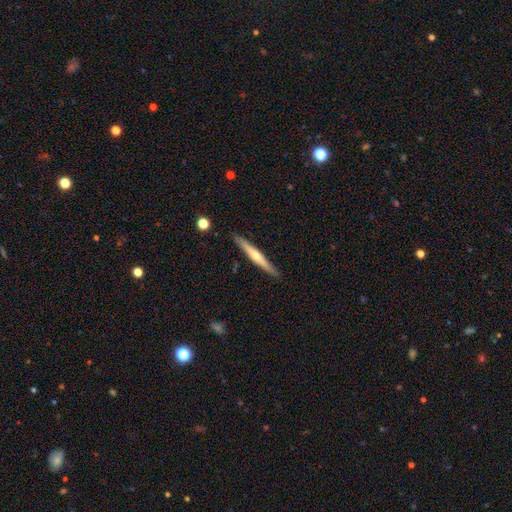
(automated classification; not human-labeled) featured or disk 61%, smooth 33%, star or artifact 6%. Down the decision tree: edge-on disk — yes (97%); edge-on bulge — rounded (77%); merging — none (90%).